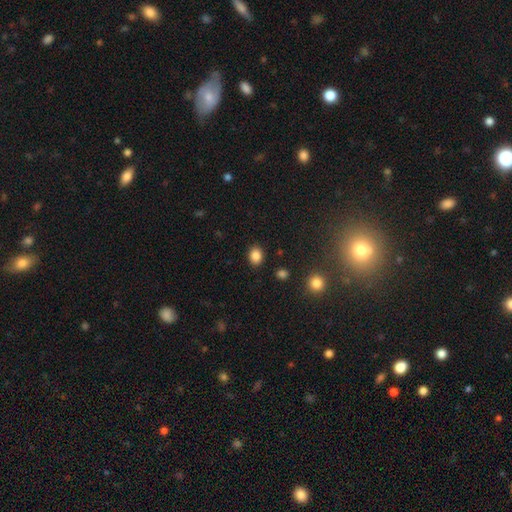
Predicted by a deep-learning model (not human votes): A smooth galaxy with no disk features (86%) that is in between round and cigar-shaped (53%). Merging: none (88%).